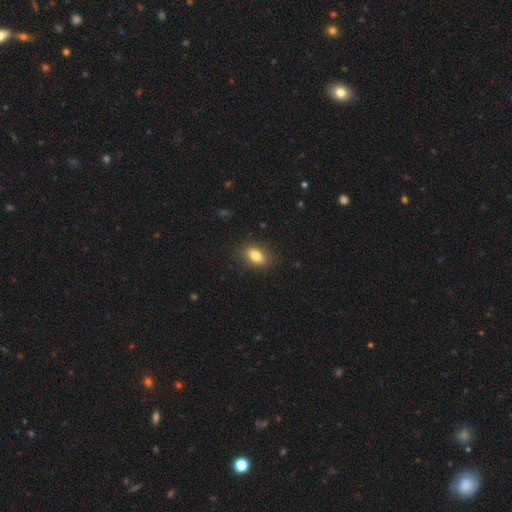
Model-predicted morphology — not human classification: Overall: smooth (82%). How rounded: in between (85%). Merging: none (85%).